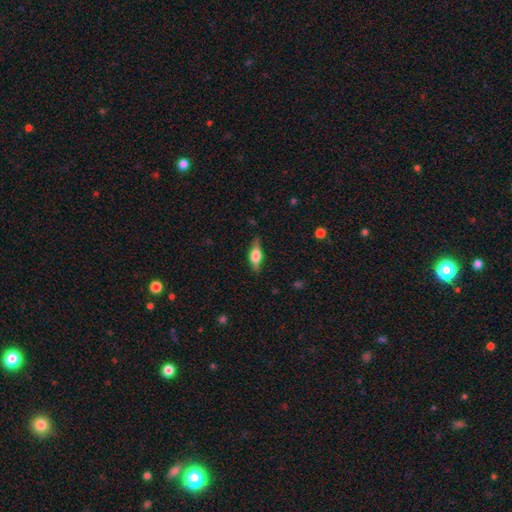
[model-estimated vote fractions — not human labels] Smooth or featured?
  - smooth: 46% * (tied)
  - featured or disk: 46% * (tied)
  - star or artifact: 7%
Merging?
  - none: 81% *
  - minor disturbance: 14%
  - major disturbance: 3%
  - merger: 1%